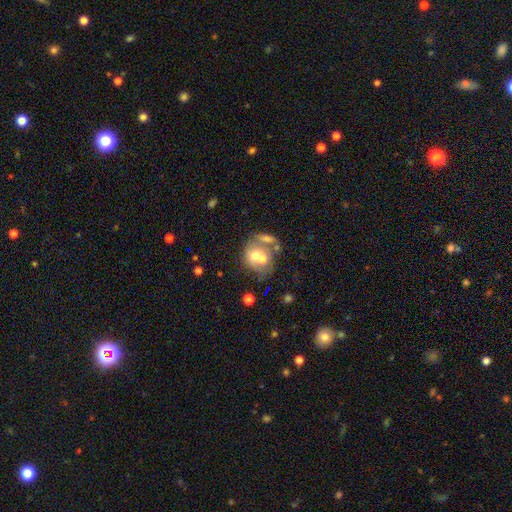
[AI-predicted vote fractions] Overall: smooth (54%; featured or disk 36%). How rounded: round (64%; in between 34%). Merging: merger (61%; none 21%).